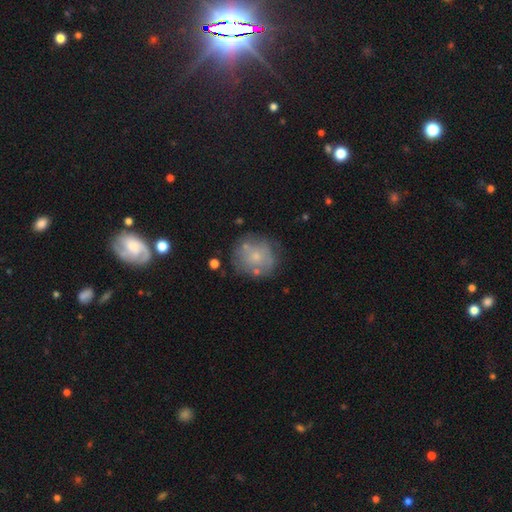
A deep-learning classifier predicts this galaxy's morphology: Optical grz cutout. It shows a smooth galaxy with no disk features (53%) that is round (87%). Merging: none (66%).